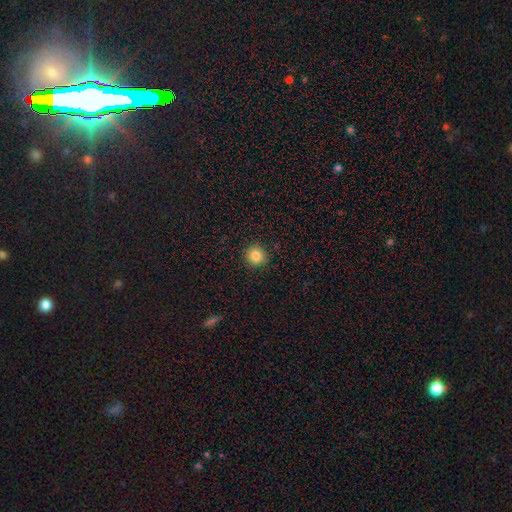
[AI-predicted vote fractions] Smooth or featured? smooth (84%)
How rounded? round (94%)
Merging? none (92%)